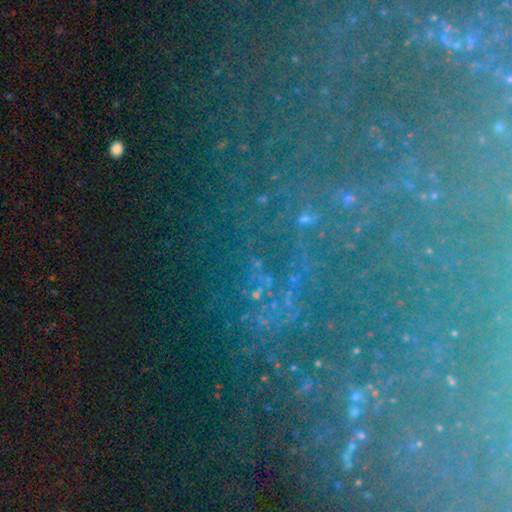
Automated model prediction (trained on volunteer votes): Overall: star or artifact (73%).